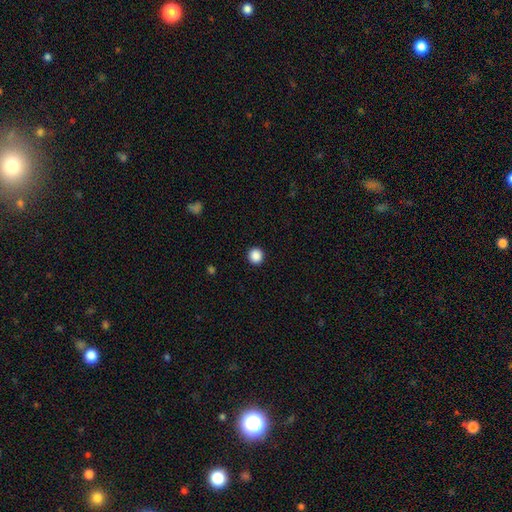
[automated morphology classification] Q: Smooth or featured?
A: smooth (88%); runner-up: star or artifact (9%)
Q: How rounded?
A: round (93%); runner-up: in between (6%)
Q: Merging?
A: none (93%); runner-up: minor disturbance (4%)